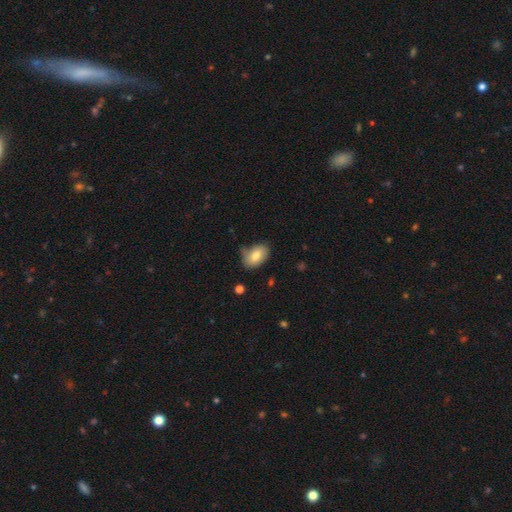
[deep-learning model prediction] This appears to be a smooth galaxy with no disk features (80%) that is in between round and cigar-shaped (87%). Merging: none (65%).